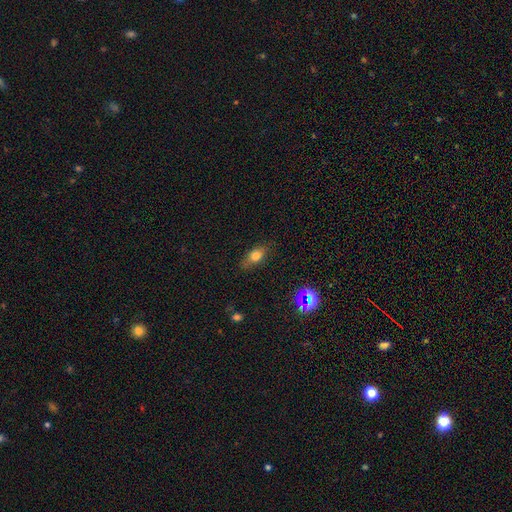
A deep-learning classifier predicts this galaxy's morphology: Smooth or featured: smooth — 71% (featured or disk — 17%)
How rounded: in between — 75% (cigar-shaped — 14%)
Merging: none — 81% (minor disturbance — 15%)